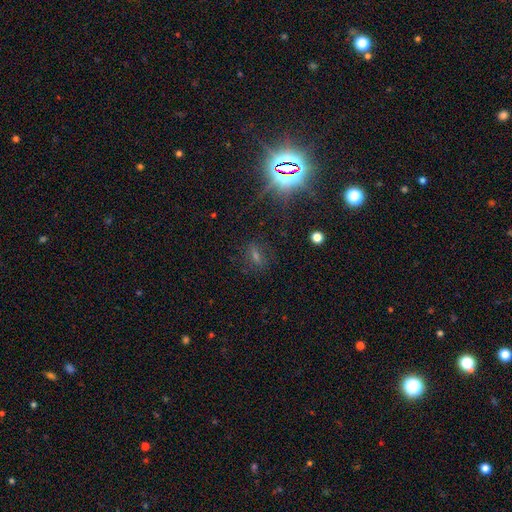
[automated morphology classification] Q: Smooth or featured?
A: star or artifact (42%); runner-up: smooth (40%)